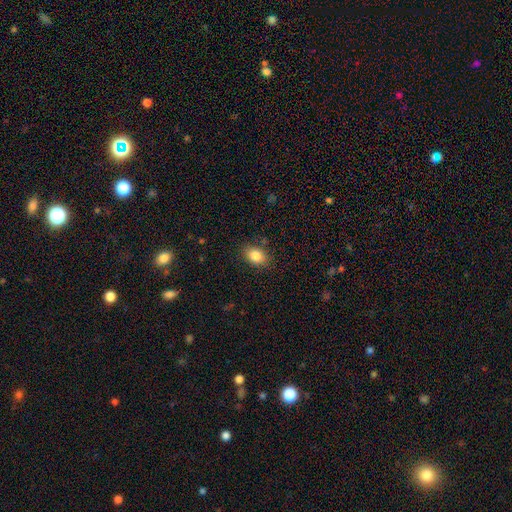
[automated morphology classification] Q: Smooth or featured?
A: smooth (84%); runner-up: star or artifact (9%)
Q: How rounded?
A: in between (79%); runner-up: round (20%)
Q: Merging?
A: none (86%); runner-up: minor disturbance (10%)